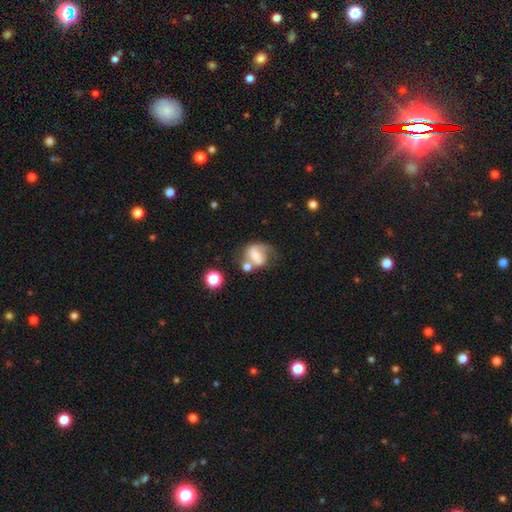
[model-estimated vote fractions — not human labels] smooth-or-featured: featured or disk: 55% | smooth: 35% | star or artifact: 10%
  disk-edge-on: no: 97% | yes: 3%
    bar: weak: 38% | no: 32% | strong: 31%
    has-spiral-arms: yes: 75% | no: 25%
    bulge-size: moderate: 37% | small: 36% | none: 14% | large: 10% | dominant: 3%
  merging: none: 35% | merger: 24% | minor disturbance: 20% | major disturbance: 20%